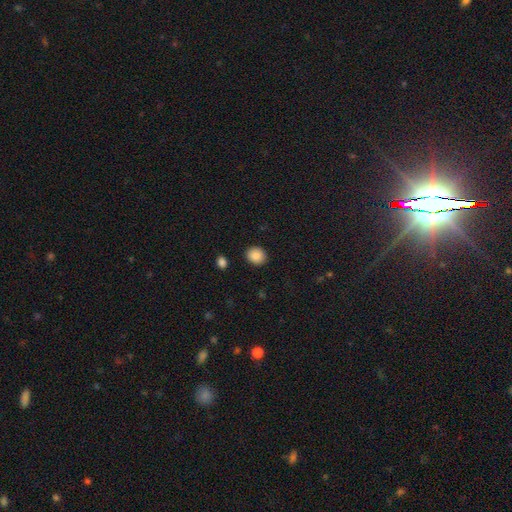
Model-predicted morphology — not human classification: Smooth or featured?
  - smooth: 88% *
  - star or artifact: 8%
  - featured or disk: 3%
How rounded?
  - round: 73% *
  - in between: 26%
  - cigar-shaped: 1%
Merging?
  - none: 90% *
  - minor disturbance: 6%
  - major disturbance: 2%
  - merger: 1%